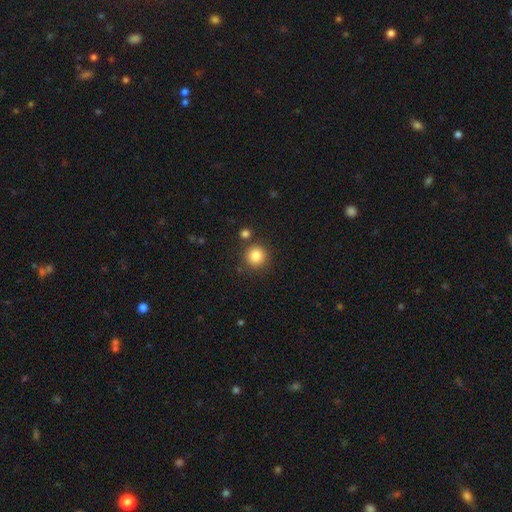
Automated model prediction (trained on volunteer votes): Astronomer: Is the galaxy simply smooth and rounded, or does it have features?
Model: smooth — 85%.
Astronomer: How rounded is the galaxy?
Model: round — 94%.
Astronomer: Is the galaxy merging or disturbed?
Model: none — 84%.